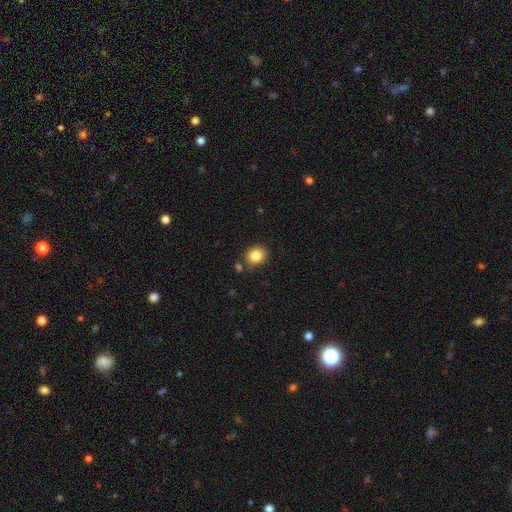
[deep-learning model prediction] This is clearly a smooth galaxy (83%). How rounded: likely round (70%). Merging: likely none (80%).